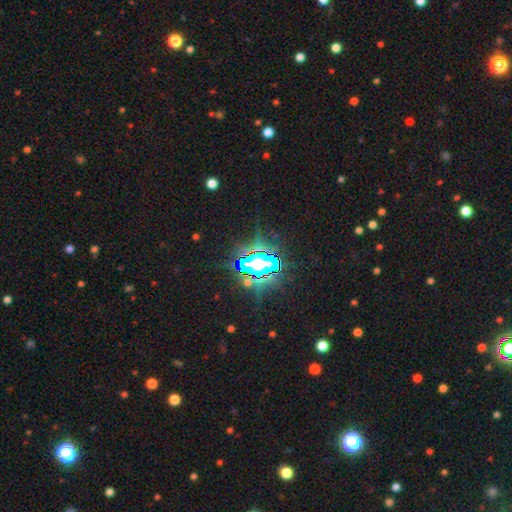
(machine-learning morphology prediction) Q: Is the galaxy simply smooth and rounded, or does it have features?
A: star or artifact — 76%.